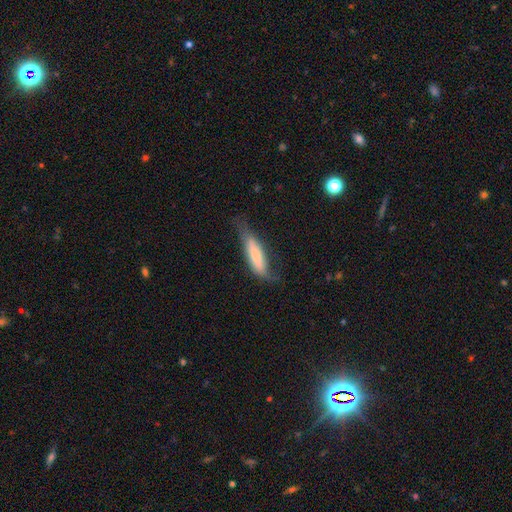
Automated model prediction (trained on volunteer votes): smooth-or-featured: smooth: 65% | featured or disk: 29% | star or artifact: 7%
  how-rounded: cigar-shaped: 65% | in between: 33% | round: 2%
  merging: none: 44% | minor disturbance: 34% | major disturbance: 20% | merger: 3%